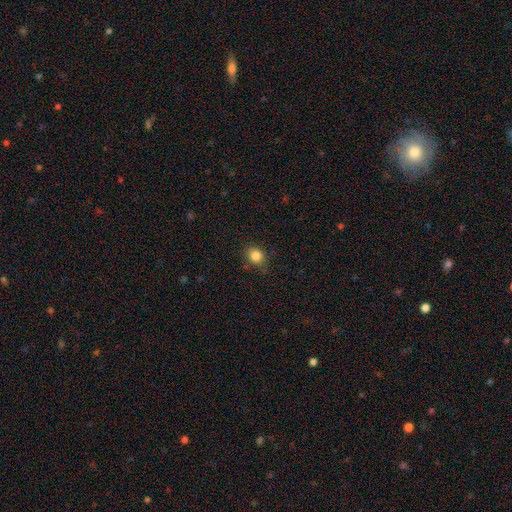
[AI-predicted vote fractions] Smooth or featured?
  - smooth: 84% *
  - star or artifact: 11%
  - featured or disk: 5%
How rounded?
  - round: 71% *
  - in between: 28%
  - cigar-shaped: 1%
Merging?
  - none: 81% *
  - minor disturbance: 14%
  - major disturbance: 3%
  - merger: 2%